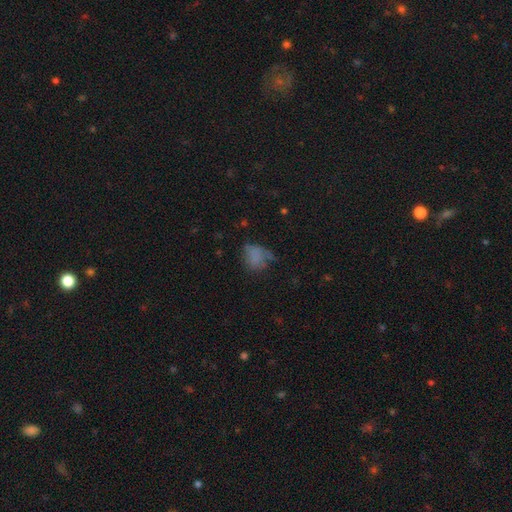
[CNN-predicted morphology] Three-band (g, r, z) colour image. It shows a smooth galaxy with no disk features (70%) that is in between round and cigar-shaped (51%). Merging: none (39%).